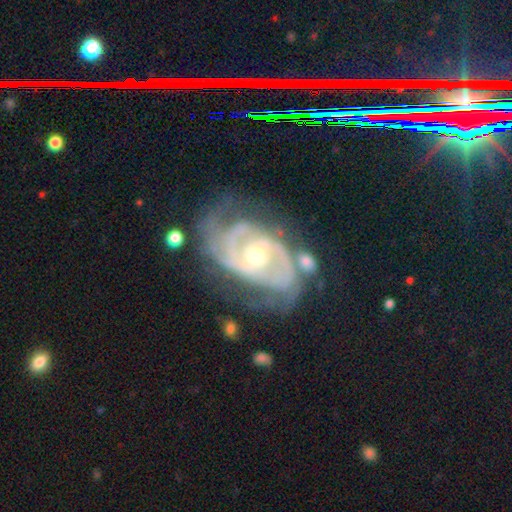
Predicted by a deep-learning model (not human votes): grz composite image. It shows a featured or disk galaxy (90%) with no bar (52%), 2 (58%) tight (60%) spiral arms (97%) and a moderate central bulge (55%). Merging: none (61%).